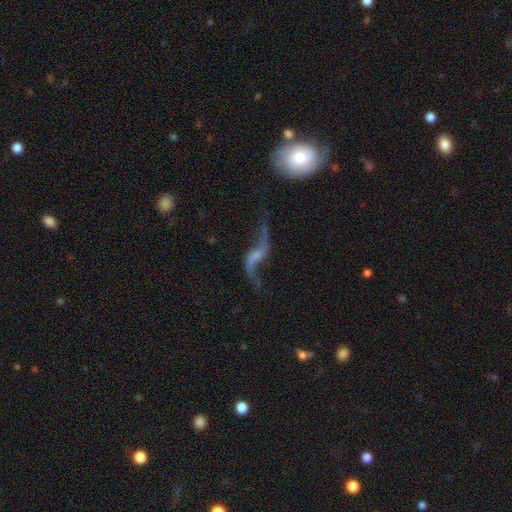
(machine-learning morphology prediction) This appears to be a featured or disk galaxy (86%) with no bar (46%), 2 (93%) loose (95%) spiral arms (95%) and a small central bulge (50%). Merging: none (64%).